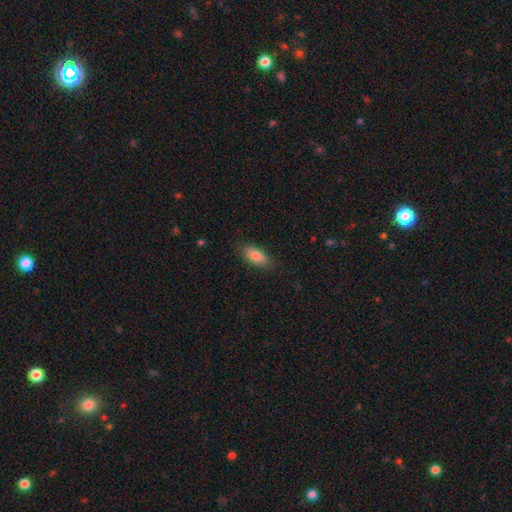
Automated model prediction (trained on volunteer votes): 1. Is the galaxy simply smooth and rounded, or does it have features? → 83% smooth, 10% featured or disk, 7% star or artifact.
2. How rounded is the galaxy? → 86% in between, 12% cigar-shaped, 3% round.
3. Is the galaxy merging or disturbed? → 85% none, 11% minor disturbance, 3% major disturbance, 1% merger.